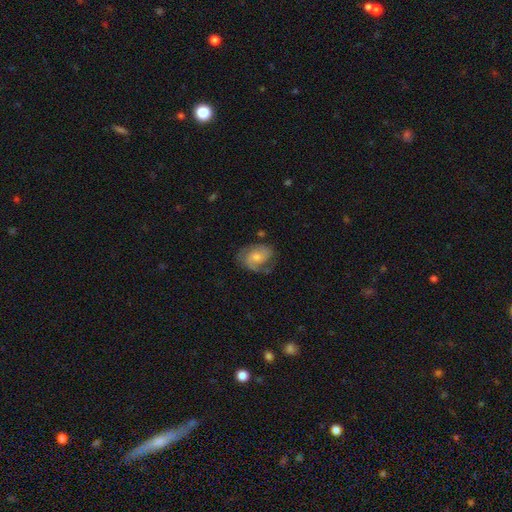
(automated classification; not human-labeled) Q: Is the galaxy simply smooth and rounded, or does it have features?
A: featured or disk — 63%.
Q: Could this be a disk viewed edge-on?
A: no — 97%.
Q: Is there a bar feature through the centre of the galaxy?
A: no — 61%.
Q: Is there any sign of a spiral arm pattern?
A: yes — 89%.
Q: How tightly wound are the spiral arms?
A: medium — 44%.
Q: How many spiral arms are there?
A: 2 — 60%.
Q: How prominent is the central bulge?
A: moderate — 49%.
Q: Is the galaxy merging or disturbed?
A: none — 58%.